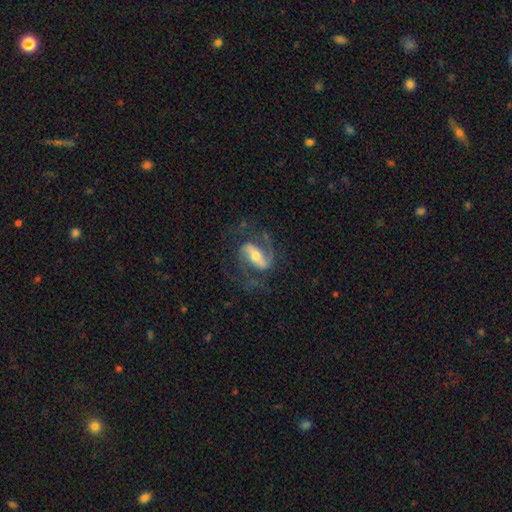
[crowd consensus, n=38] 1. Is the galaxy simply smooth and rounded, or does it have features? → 95% featured or disk, 3% smooth, 3% star or artifact.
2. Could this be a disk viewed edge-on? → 97% no, 3% yes.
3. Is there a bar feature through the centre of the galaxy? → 49% strong, 40% weak, 11% no.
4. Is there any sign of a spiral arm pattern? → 100% yes, 0% no.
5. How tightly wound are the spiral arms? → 57% loose, 40% medium, 3% tight.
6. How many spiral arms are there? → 94% 2, 3% 1, 3% can't tell, 0% 3, 0% 4, 0% more than 4.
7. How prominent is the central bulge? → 69% moderate, 26% small, 6% large, 0% dominant, 0% none.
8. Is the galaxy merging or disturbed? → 57% none, 24% minor disturbance, 19% major disturbance, 0% merger.